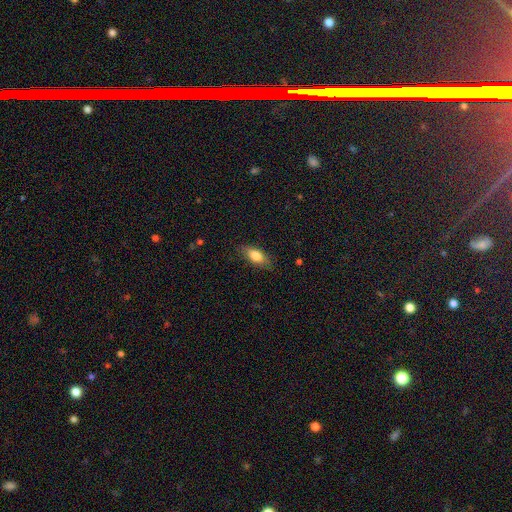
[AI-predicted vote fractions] smooth_or_featured: smooth (p=0.79) [alt: featured or disk p=0.15]
how_rounded: in between (p=0.79) [alt: cigar-shaped p=0.18]
merging: none (p=0.82) [alt: minor disturbance p=0.14]